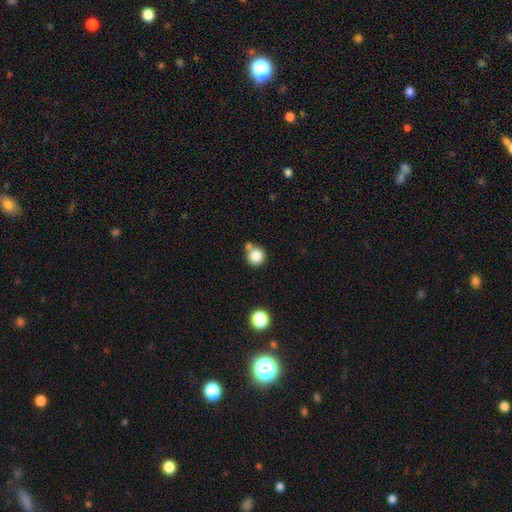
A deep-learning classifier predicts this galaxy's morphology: Q: Smooth or featured?
A: smooth (83%); runner-up: star or artifact (10%)
Q: How rounded?
A: round (92%); runner-up: in between (7%)
Q: Merging?
A: none (61%); runner-up: merger (25%)